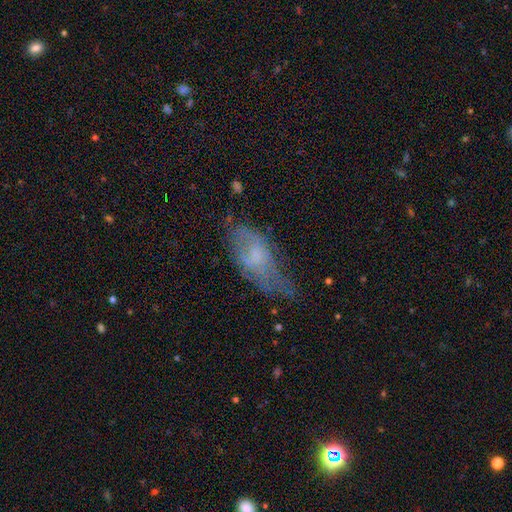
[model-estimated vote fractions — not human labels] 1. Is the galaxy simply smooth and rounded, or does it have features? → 49% smooth, 40% featured or disk, 11% star or artifact.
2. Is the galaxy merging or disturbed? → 40% none, 33% minor disturbance, 23% major disturbance, 3% merger.